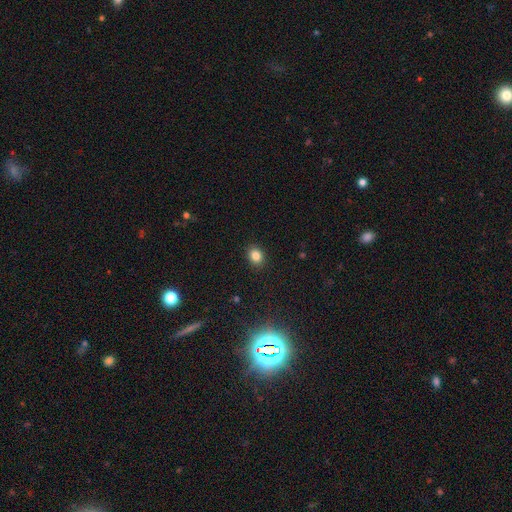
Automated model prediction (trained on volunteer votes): A smooth galaxy with no disk features (84%) that is round (51%). Merging: none (90%).